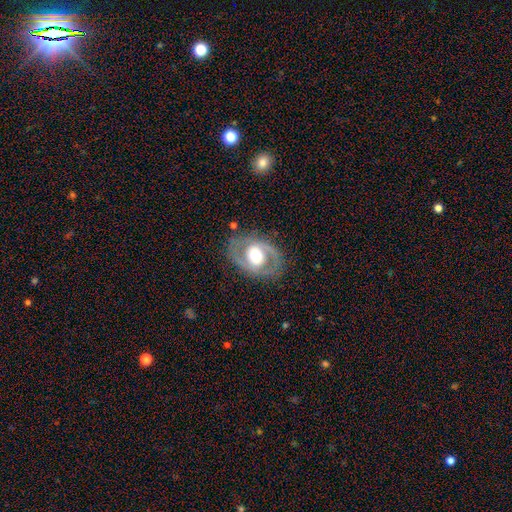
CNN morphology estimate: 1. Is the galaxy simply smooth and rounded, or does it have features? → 72% featured or disk, 22% smooth, 6% star or artifact.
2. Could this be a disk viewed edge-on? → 95% no, 5% yes.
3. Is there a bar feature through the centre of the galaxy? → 57% no, 29% weak, 14% strong.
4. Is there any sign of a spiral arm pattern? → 58% yes, 42% no.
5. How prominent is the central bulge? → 54% moderate, 37% large, 5% small, 4% dominant, 1% none.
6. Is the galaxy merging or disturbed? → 78% none, 14% minor disturbance, 7% major disturbance, 1% merger.